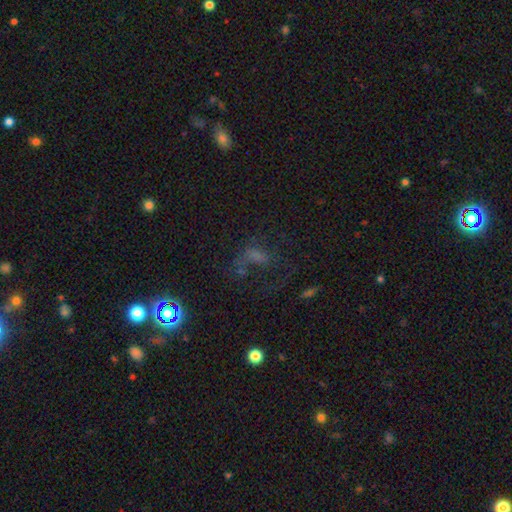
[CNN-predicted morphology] smooth-or-featured: star or artifact: 36% | smooth: 35% | featured or disk: 29%